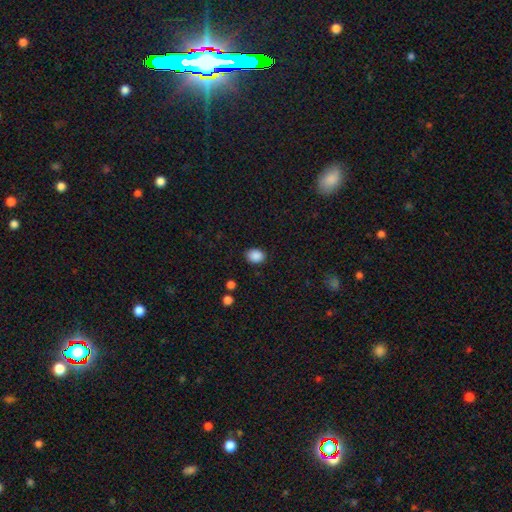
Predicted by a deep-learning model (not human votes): This appears to be a smooth galaxy with no disk features (88%) that is in between round and cigar-shaped (58%). Merging: none (86%).